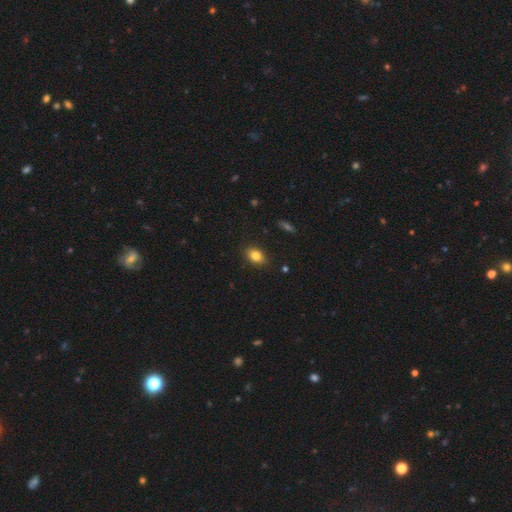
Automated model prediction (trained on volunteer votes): Smooth or featured? Predicted: smooth (p=0.83). How rounded? Predicted: in between (p=0.77). Merging? Predicted: none (p=0.87).